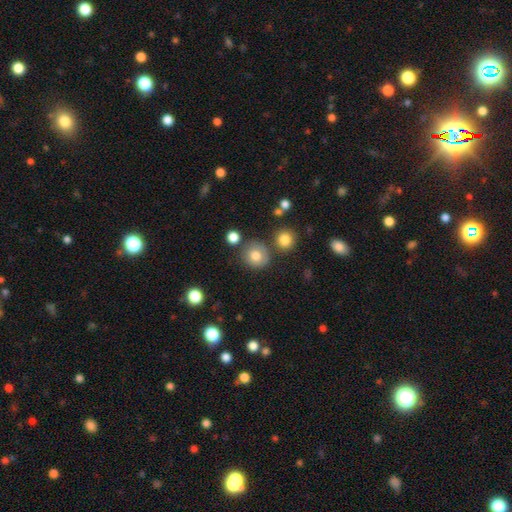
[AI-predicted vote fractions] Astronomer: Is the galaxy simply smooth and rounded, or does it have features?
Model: smooth — 78%.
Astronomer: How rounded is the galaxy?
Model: round — 89%.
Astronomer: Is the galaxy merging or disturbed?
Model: none — 76%.